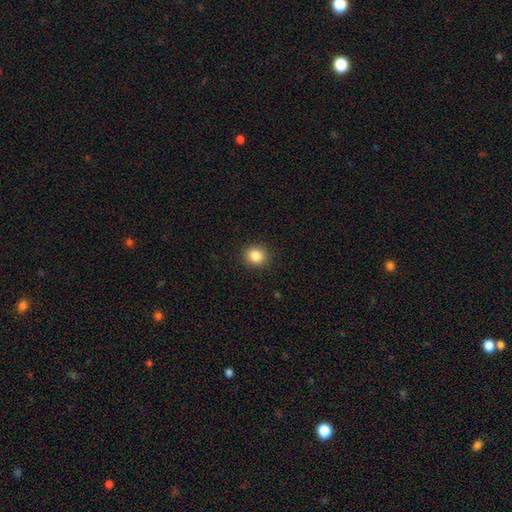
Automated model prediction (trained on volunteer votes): This appears to be a smooth galaxy with no disk features (85%) that is round (80%). Merging: none (91%).